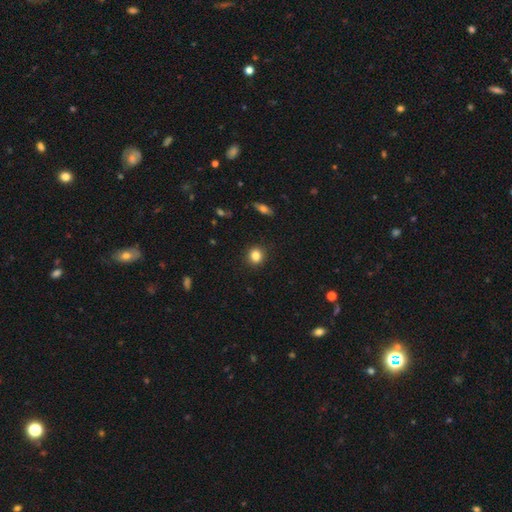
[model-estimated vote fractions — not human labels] Smooth or featured?
  - smooth: 84% *
  - star or artifact: 11%
  - featured or disk: 5%
How rounded?
  - round: 86% *
  - in between: 13%
  - cigar-shaped: 1%
Merging?
  - none: 91% *
  - minor disturbance: 6%
  - major disturbance: 2%
  - merger: 1%